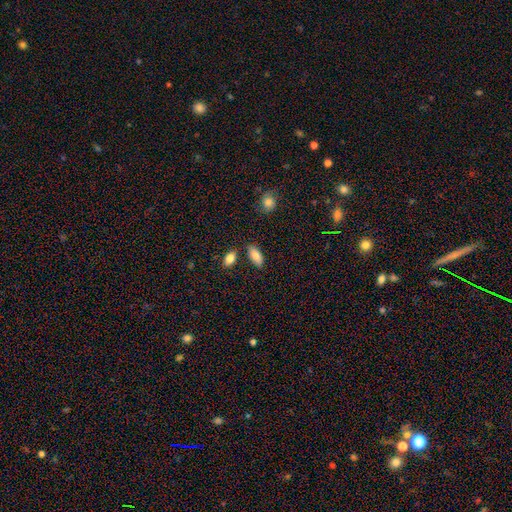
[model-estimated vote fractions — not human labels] smooth-or-featured: smooth: 85% | featured or disk: 7% | star or artifact: 7%
  how-rounded: in between: 86% | cigar-shaped: 12% | round: 2%
  merging: none: 78% | minor disturbance: 13% | merger: 6% | major disturbance: 3%